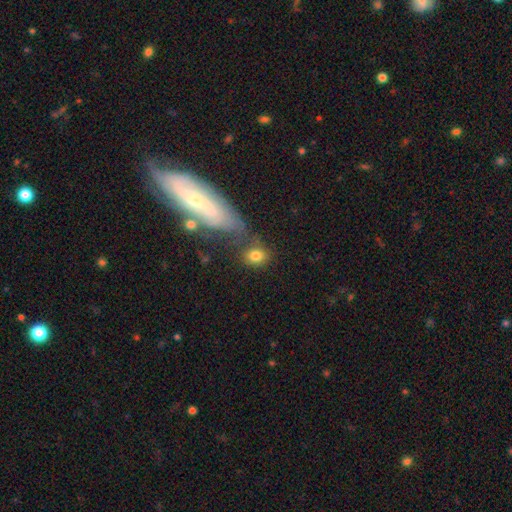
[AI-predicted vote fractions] The model was most divided on "how rounded": round: 57%, in between: 40%, cigar-shaped: 3%. More confident: smooth or featured — smooth (78%); merging — none (62%).